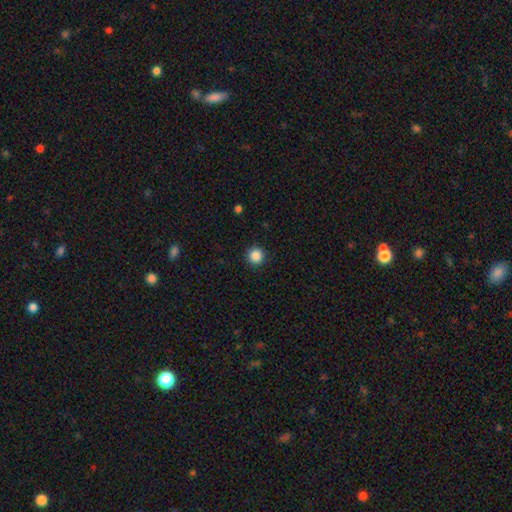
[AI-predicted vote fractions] Q: Smooth or featured?
A: smooth (87%); runner-up: star or artifact (11%)
Q: How rounded?
A: round (95%); runner-up: in between (4%)
Q: Merging?
A: none (92%); runner-up: minor disturbance (5%)